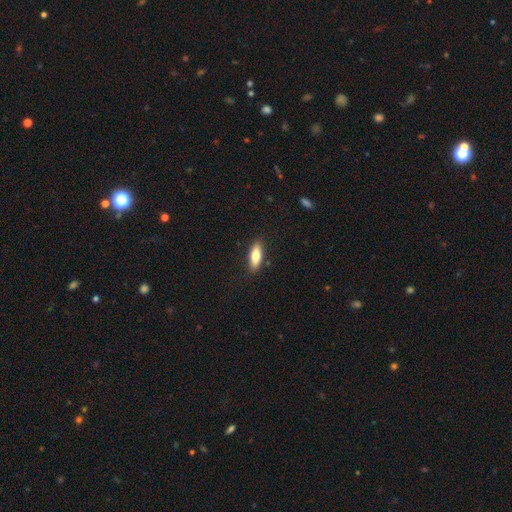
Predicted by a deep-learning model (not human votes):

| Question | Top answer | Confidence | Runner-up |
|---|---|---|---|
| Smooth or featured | smooth | 74% | featured or disk (20%) |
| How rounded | in between | 64% | cigar-shaped (34%) |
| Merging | none | 87% | minor disturbance (9%) |